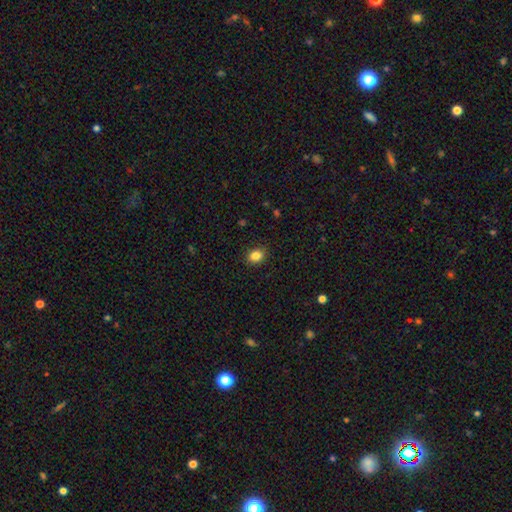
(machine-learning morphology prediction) smooth 85%, star or artifact 10%, featured or disk 5%. Down the decision tree: how rounded — in between (54%); merging — none (89%).